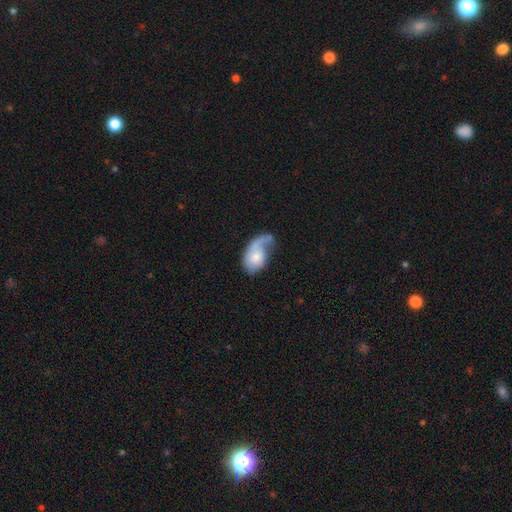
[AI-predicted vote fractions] A featured or disk galaxy (49%).

Vote fractions:
- Smooth or featured? featured or disk: 49% / smooth: 45% / star or artifact: 6%
- Merging? major disturbance: 46% / none: 25% / minor disturbance: 21% / merger: 8%